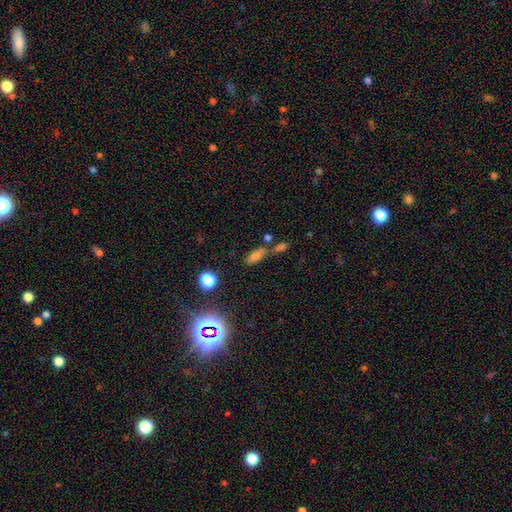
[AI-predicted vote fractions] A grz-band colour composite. It shows a smooth galaxy with no disk features (54%) that is in between round and cigar-shaped (69%). Merging: none (49%).